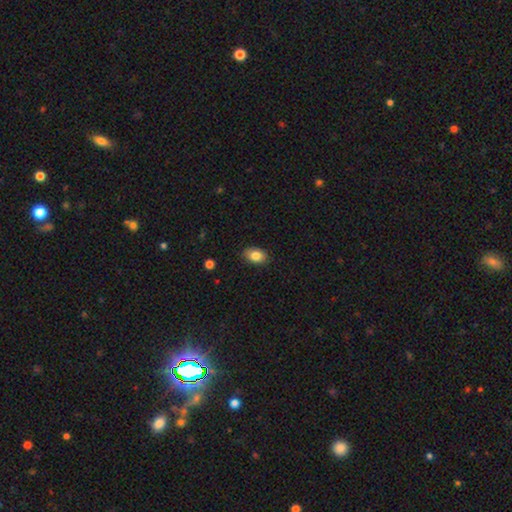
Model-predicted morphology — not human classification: A smooth galaxy with no disk features (84%) that is in between round and cigar-shaped (84%). Merging: none (86%).